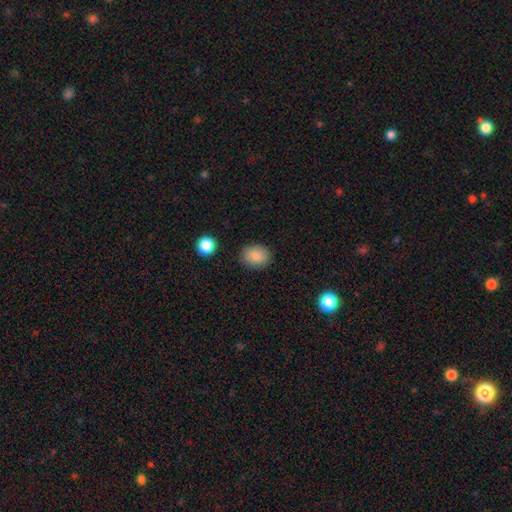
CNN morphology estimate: Smooth or featured? smooth (85%)
How rounded? in between (50%)
Merging? none (87%)